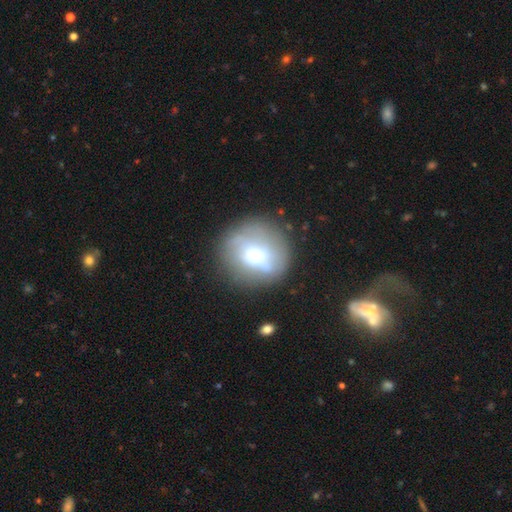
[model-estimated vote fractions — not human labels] Smooth or featured?
  - smooth: 48% *
  - featured or disk: 39%
  - star or artifact: 13%
Merging?
  - none: 70% *
  - minor disturbance: 16%
  - major disturbance: 10%
  - merger: 3%